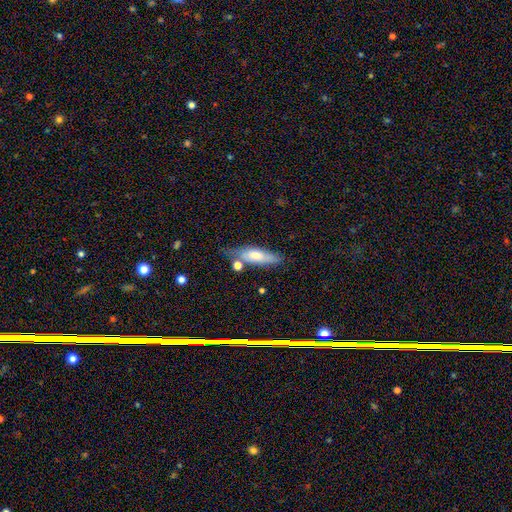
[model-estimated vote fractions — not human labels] This appears to be a smooth galaxy with no disk features (65%) that is cigar-shaped (52%). Merging: none (54%).